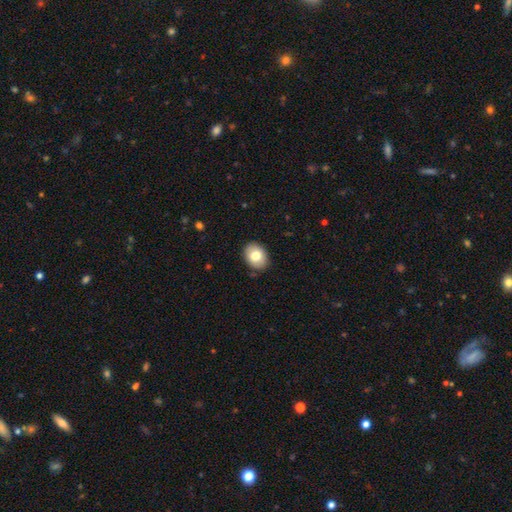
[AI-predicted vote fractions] Overall: smooth (79%). How rounded: in between (68%; round 31%). Merging: none (88%).